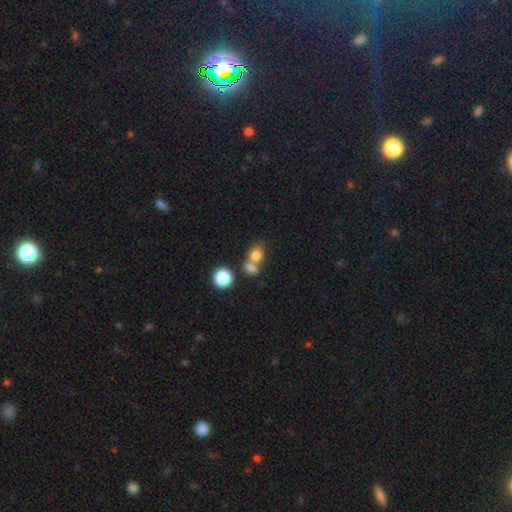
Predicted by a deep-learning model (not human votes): smooth_or_featured: smooth (p=0.78) [alt: star or artifact p=0.13]
how_rounded: round (p=0.59) [alt: in between p=0.39]
merging: merger (p=0.46) [alt: none p=0.40]